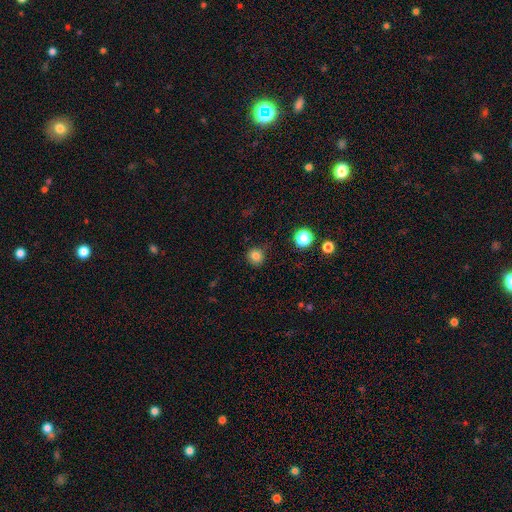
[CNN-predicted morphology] Smooth or featured? smooth (81%)
How rounded? round (88%)
Merging? none (81%)